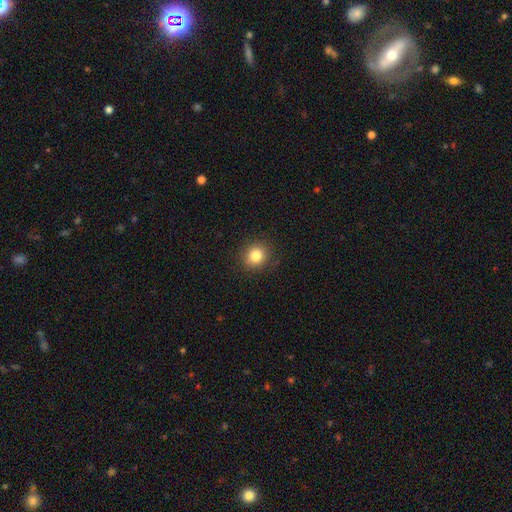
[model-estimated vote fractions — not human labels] Smooth or featured?
  - smooth: 83% *
  - star or artifact: 11%
  - featured or disk: 6%
How rounded?
  - round: 82% *
  - in between: 17%
  - cigar-shaped: 1%
Merging?
  - none: 89% *
  - minor disturbance: 7%
  - major disturbance: 2%
  - merger: 1%